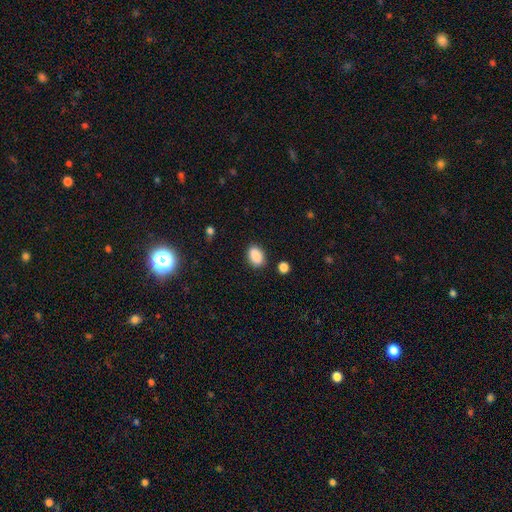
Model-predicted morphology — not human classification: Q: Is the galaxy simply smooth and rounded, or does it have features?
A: smooth — 89%.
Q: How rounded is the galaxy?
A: in between — 86%.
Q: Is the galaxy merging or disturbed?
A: none — 83%.